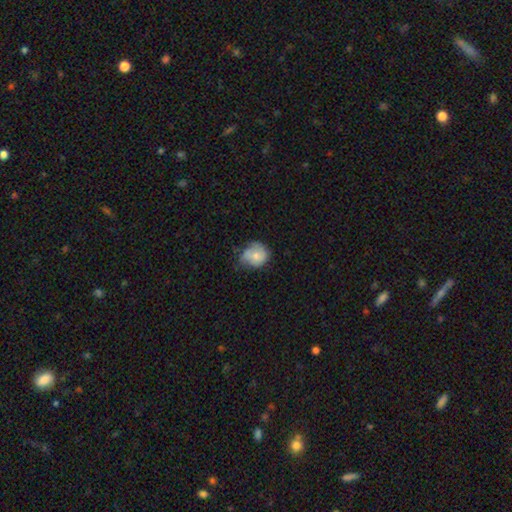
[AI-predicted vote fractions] This appears to be a smooth galaxy with no disk features (72%) that is round (72%). Merging: none (42%).